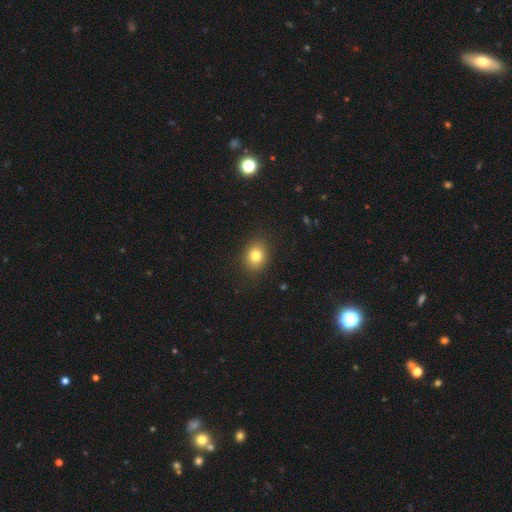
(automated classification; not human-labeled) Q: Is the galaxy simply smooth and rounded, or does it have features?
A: smooth — 79%.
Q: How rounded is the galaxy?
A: round — 56%.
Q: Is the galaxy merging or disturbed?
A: none — 88%.